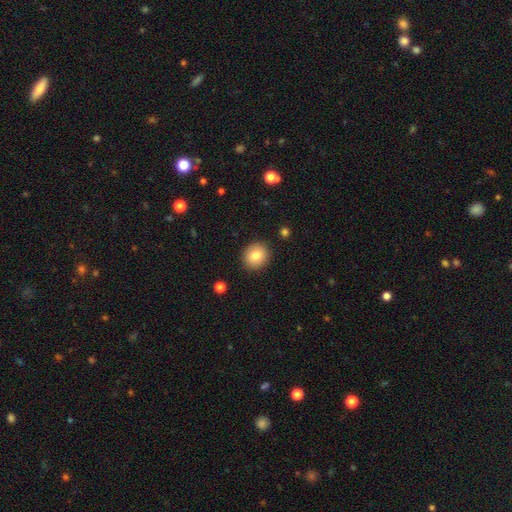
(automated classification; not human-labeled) smooth 82%, featured or disk 9%, star or artifact 9%. Down the decision tree: how rounded — round (85%); merging — none (91%).